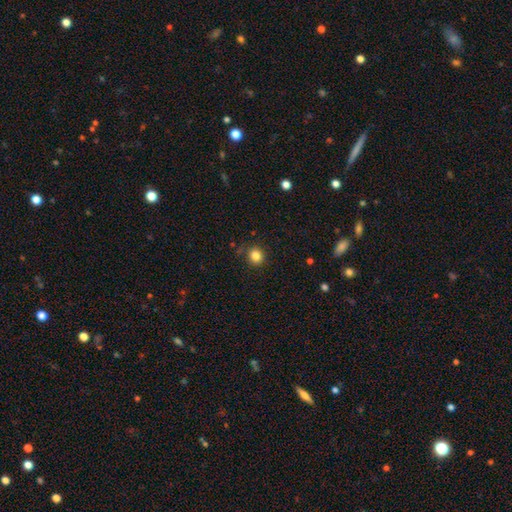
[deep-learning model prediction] smooth 84%, star or artifact 12%, featured or disk 4%. Down the decision tree: how rounded — round (87%); merging — none (85%).